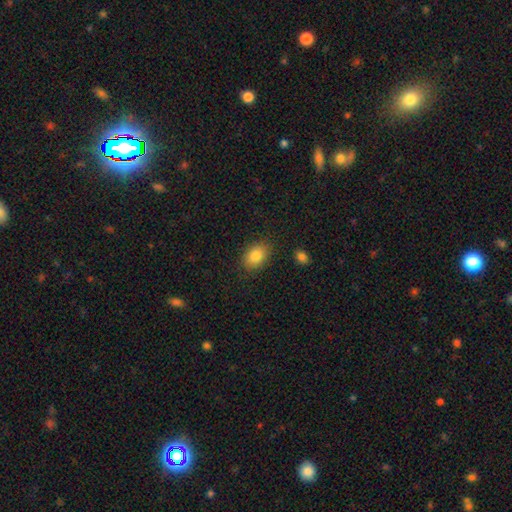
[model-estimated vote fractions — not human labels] This is clearly a smooth galaxy (84%). How rounded: likely in between (78%). Merging: clearly none (85%).